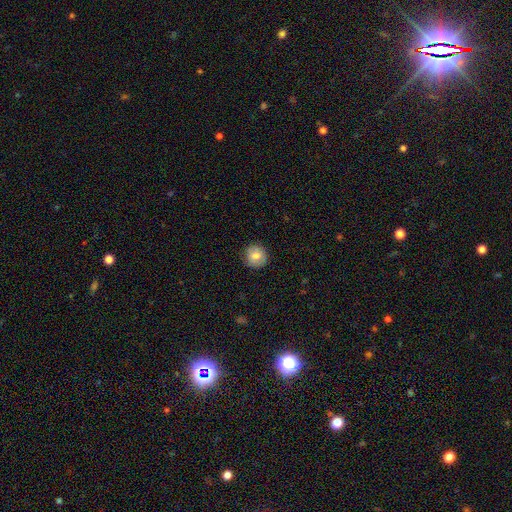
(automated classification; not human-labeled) Morphology: type=smooth (77%); roundness=round (92%); merging=none (87%).